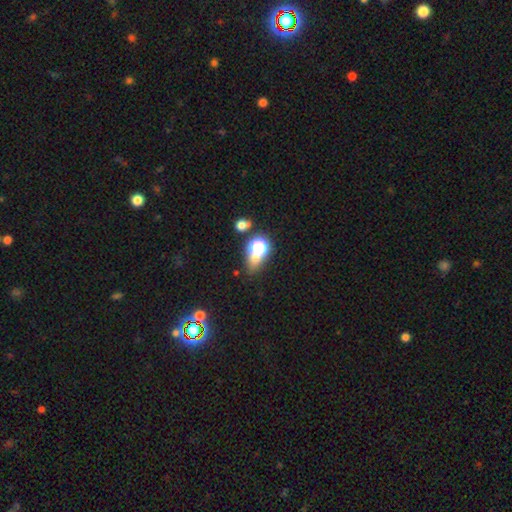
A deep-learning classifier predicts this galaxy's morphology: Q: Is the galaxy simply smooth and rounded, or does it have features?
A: smooth — 56%.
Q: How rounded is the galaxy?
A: in between — 52%.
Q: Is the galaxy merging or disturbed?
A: none — 52%.